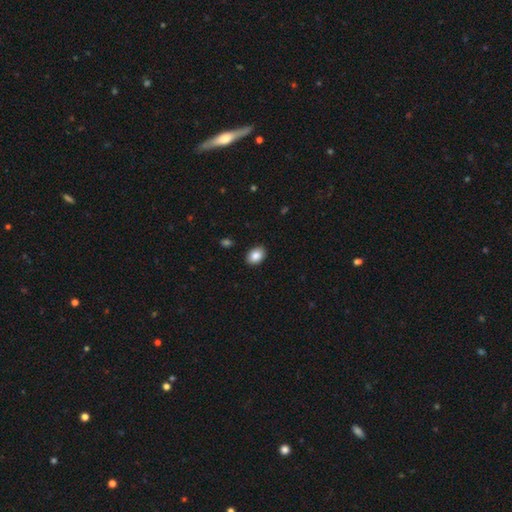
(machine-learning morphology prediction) type=smooth (87%); roundness=in between (76%); merging=none (90%).